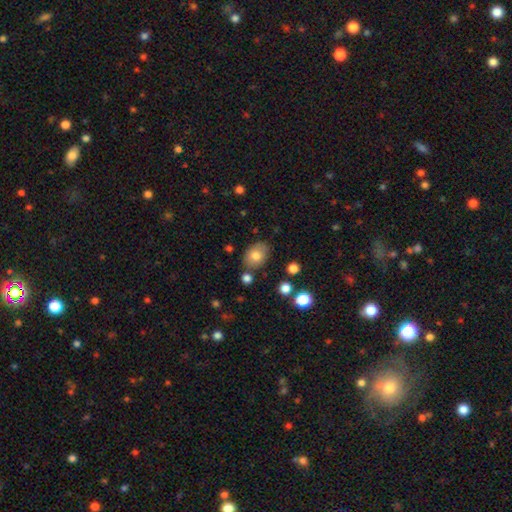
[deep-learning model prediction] The model was most divided on "how rounded": in between: 74%, round: 25%, cigar-shaped: 1%. More confident: smooth or featured — smooth (78%); merging — none (77%).